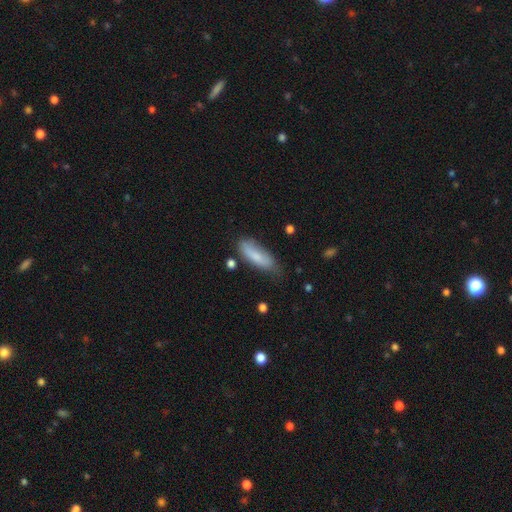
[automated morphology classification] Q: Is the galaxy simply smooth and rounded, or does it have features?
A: smooth — 80%.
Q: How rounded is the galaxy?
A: in between — 58%.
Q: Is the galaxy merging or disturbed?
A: none — 59%.